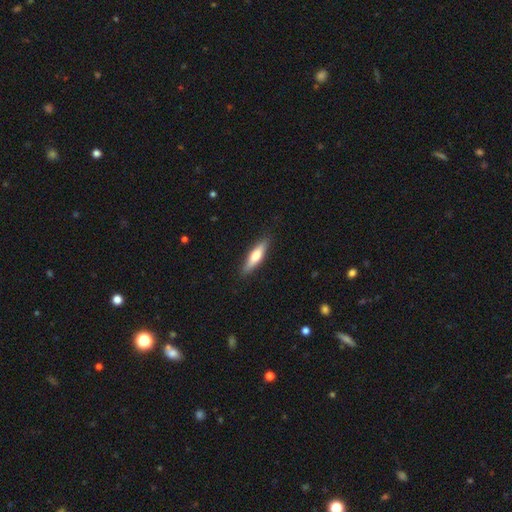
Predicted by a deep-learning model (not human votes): Morphology: type=smooth (60%); roundness=cigar-shaped (72%); merging=none (88%).